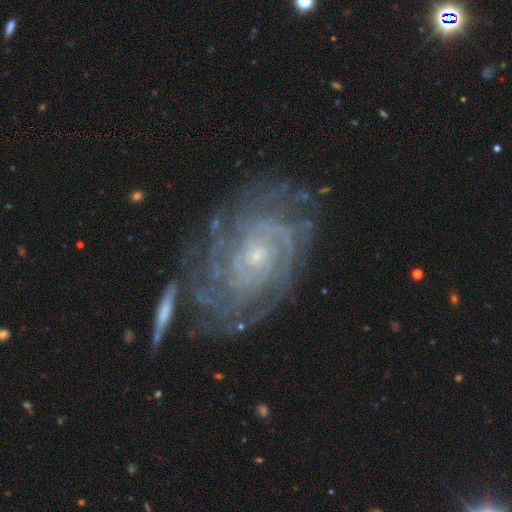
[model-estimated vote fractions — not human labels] This is clearly a featured or disk galaxy (90%). It is clearly not viewed edge-on (96%). Bar: likely no (74%). Spiral arm pattern: clearly yes (97%). Spiral arm count: marginally can't tell (29%). Spiral winding: likely tight (80%). Central bulge: likely small (73%). Merging: likely none (68%).